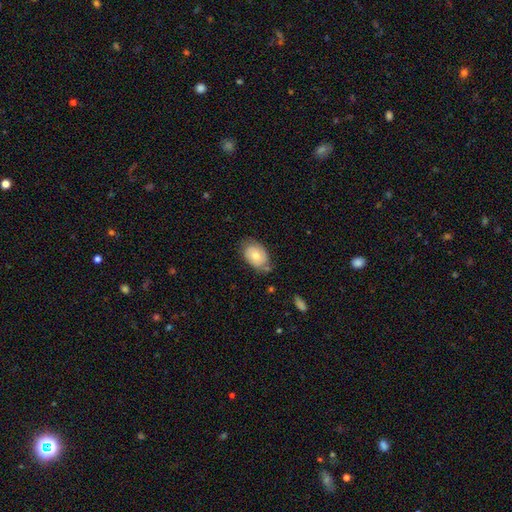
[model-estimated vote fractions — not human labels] Overall: smooth (63%; featured or disk 30%). How rounded: in between (83%). Merging: none (59%; minor disturbance 29%).